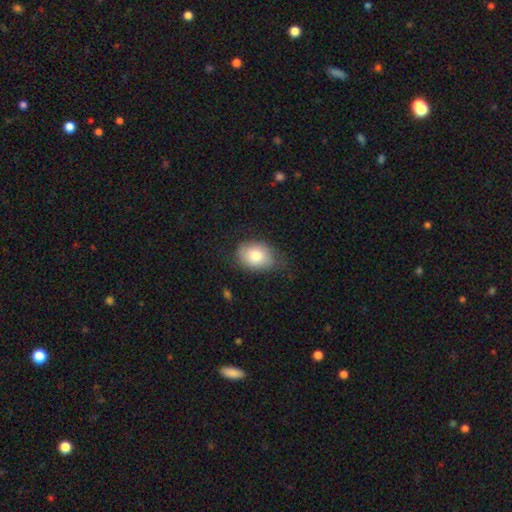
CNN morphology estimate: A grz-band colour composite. It shows a smooth galaxy with no disk features (80%) that is in between round and cigar-shaped (70%). Merging: none (64%).